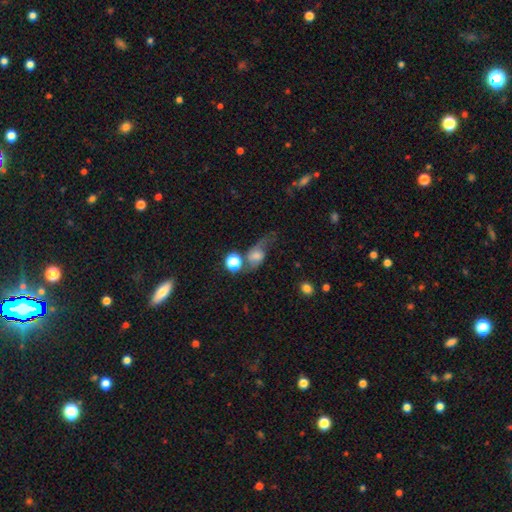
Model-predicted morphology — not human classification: Smooth or featured? smooth (53%)
How rounded? in between (57%)
Merging? none (32%)